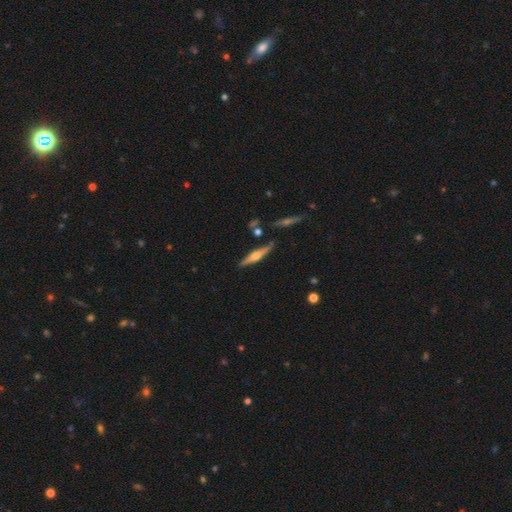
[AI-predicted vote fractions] This appears to be a featured or disk galaxy (69%) viewed edge-on (97%) with a rounded central bulge (89%). Merging: none (85%).